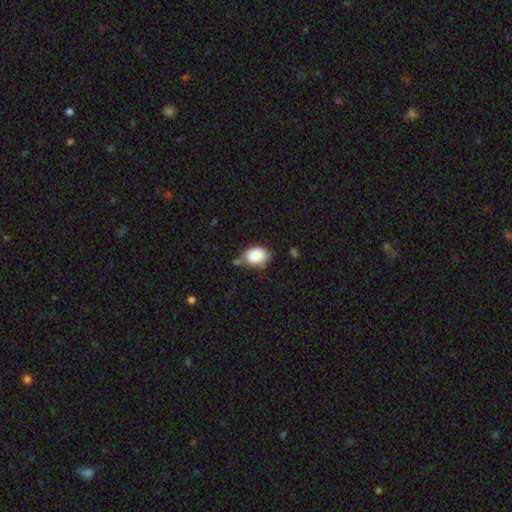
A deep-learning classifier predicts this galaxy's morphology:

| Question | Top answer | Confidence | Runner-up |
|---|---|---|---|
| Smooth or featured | smooth | 86% | star or artifact (7%) |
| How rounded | in between | 72% | round (27%) |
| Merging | none | 57% | minor disturbance (26%) |